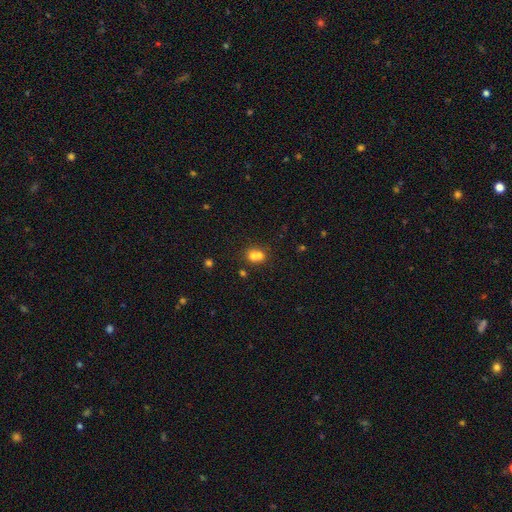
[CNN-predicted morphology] Smooth or featured? Predicted: smooth (p=0.69). How rounded? Predicted: round (p=0.71). Merging? Predicted: merger (p=0.63).